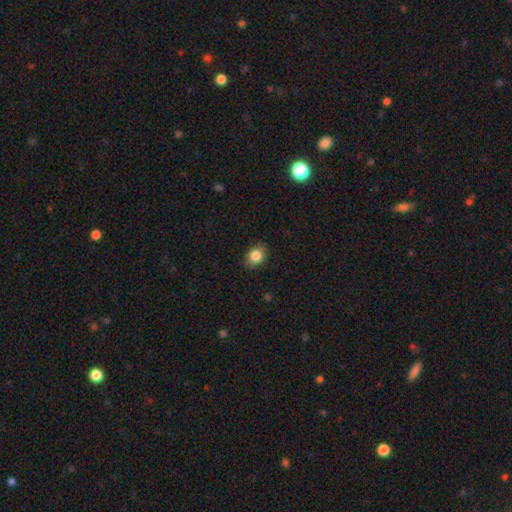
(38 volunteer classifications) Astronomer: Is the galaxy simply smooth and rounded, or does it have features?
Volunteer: smooth — 92%.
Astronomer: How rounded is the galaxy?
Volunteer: round — 60% (runner-up: in between, 40%).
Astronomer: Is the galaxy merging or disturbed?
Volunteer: none — 86%.